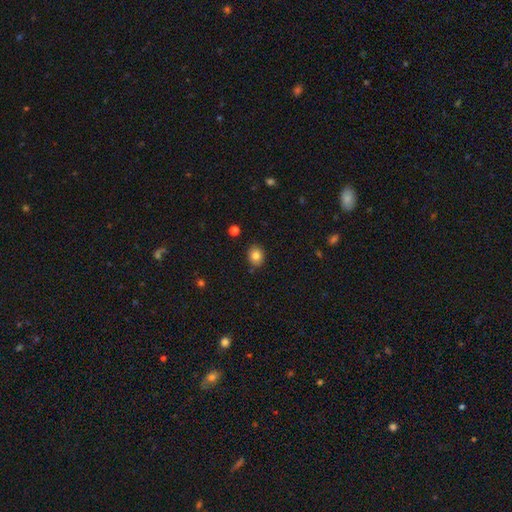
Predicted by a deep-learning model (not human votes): This is clearly a smooth galaxy (82%). How rounded: possibly round (57%). Merging: clearly none (87%).